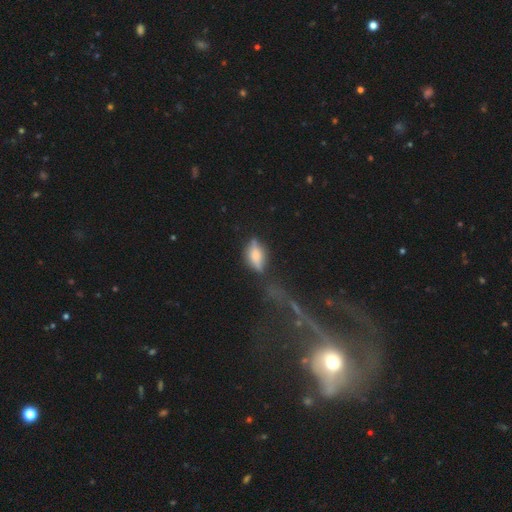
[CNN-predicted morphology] type=smooth (49%); merging=none (56%).